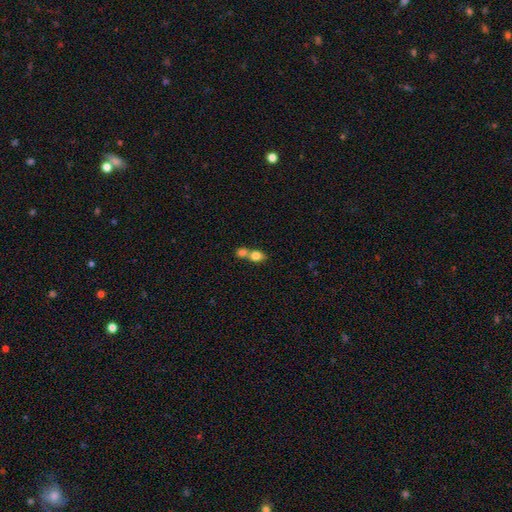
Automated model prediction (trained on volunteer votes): smooth 79%, featured or disk 12%, star or artifact 9%. Down the decision tree: how rounded — in between (49%); merging — merger (61%).